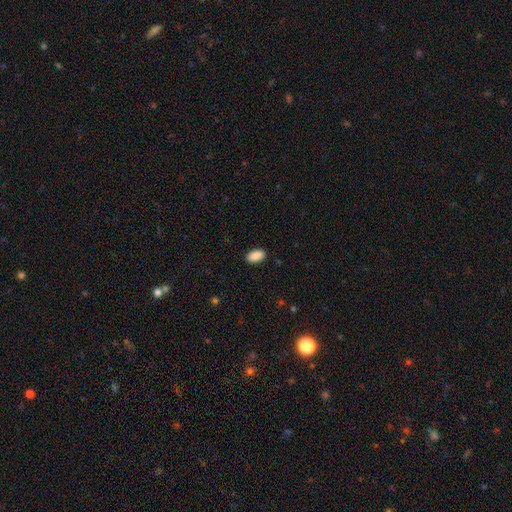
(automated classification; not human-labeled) Overall: smooth (90%). How rounded: in between (94%). Merging: none (89%).